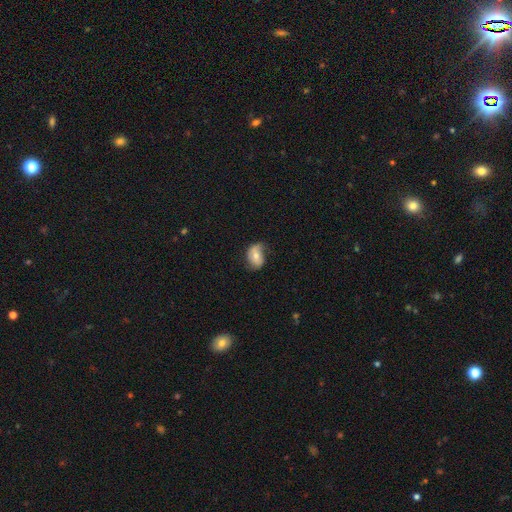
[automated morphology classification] Overall: smooth (55%; featured or disk 37%). How rounded: in between (80%). Merging: none (53%; minor disturbance 33%).